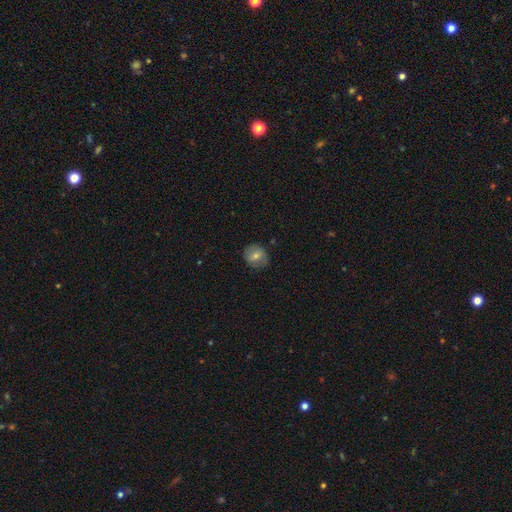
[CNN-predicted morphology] Smooth or featured?
  - smooth: 60% *
  - featured or disk: 30%
  - star or artifact: 9%
How rounded?
  - round: 77% *
  - in between: 22%
  - cigar-shaped: 1%
Merging?
  - none: 81% *
  - minor disturbance: 14%
  - major disturbance: 4%
  - merger: 1%